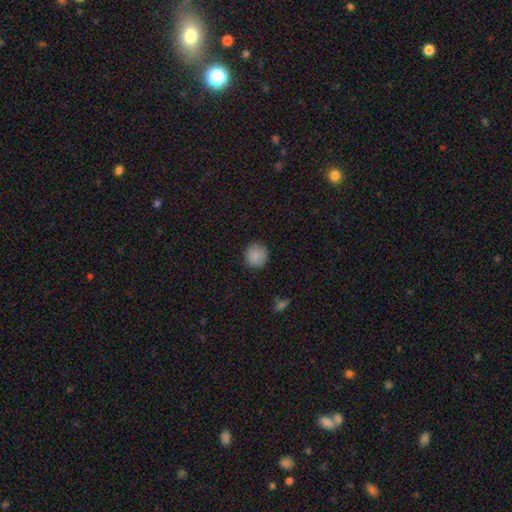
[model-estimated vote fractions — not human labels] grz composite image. It shows a smooth galaxy with no disk features (88%) that is round (94%). Merging: none (90%).